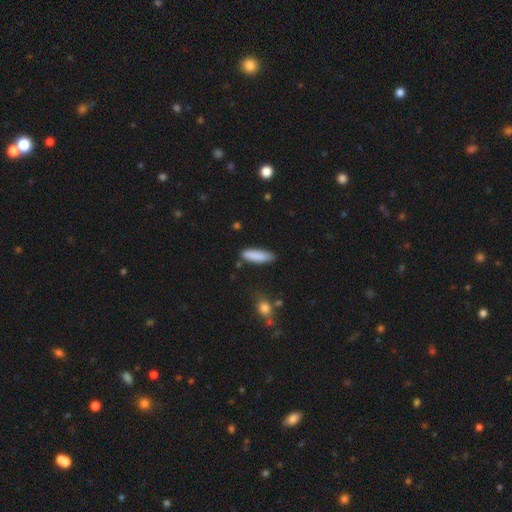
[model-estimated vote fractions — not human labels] The model was most divided on "how rounded": cigar-shaped: 63%, in between: 36%, round: 1%. More confident: smooth or featured — smooth (87%); merging — none (79%).